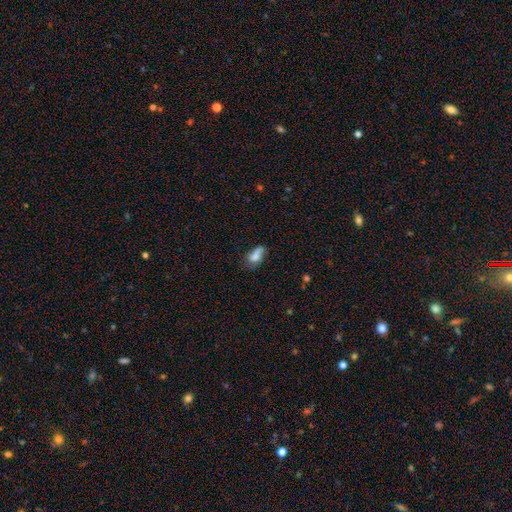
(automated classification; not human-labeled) smooth-or-featured: smooth: 70% | featured or disk: 19% | star or artifact: 11%
  how-rounded: in between: 83% | round: 9% | cigar-shaped: 7%
  merging: none: 39% | minor disturbance: 30% | major disturbance: 17% | merger: 13%